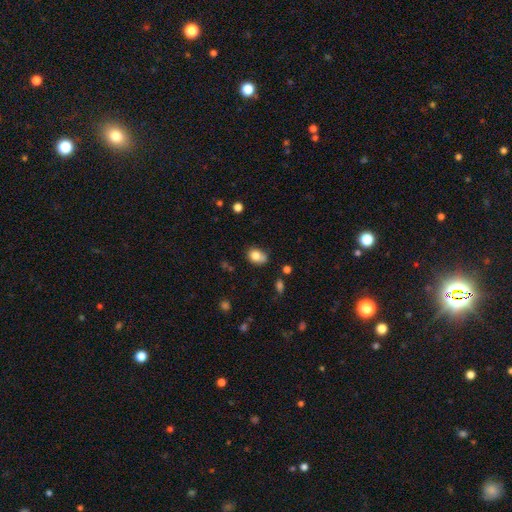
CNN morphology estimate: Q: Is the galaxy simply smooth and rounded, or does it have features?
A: smooth — 80%.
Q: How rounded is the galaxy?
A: in between — 65%.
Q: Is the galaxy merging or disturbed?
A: none — 59%.